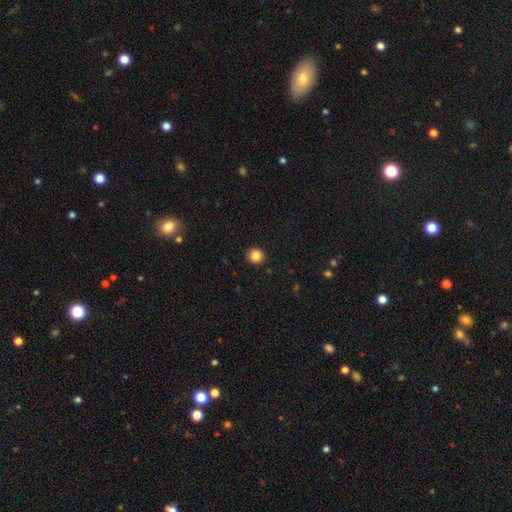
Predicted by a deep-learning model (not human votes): Smooth or featured? Predicted: smooth (p=0.85). How rounded? Predicted: round (p=0.89). Merging? Predicted: none (p=0.93).